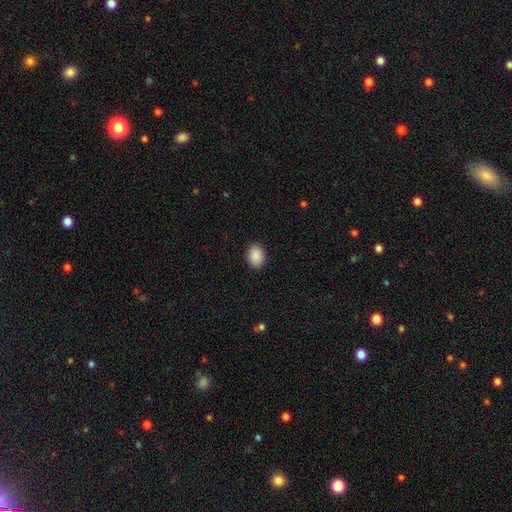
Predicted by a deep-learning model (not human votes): Smooth or featured?
  - smooth: 90% *
  - star or artifact: 7%
  - featured or disk: 3%
How rounded?
  - in between: 64% *
  - round: 35%
  - cigar-shaped: 1%
Merging?
  - none: 90% *
  - minor disturbance: 7%
  - major disturbance: 2%
  - merger: 1%